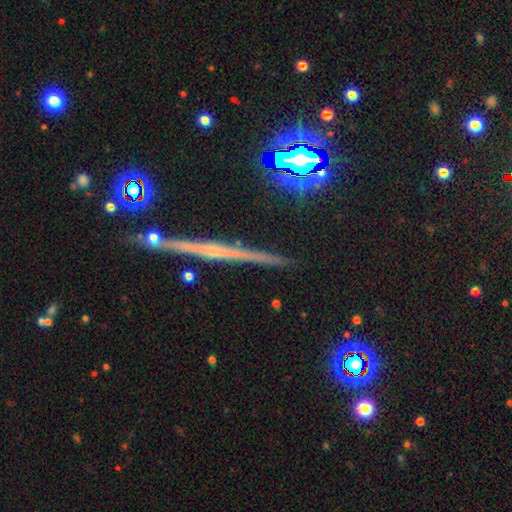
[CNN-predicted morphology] This is likely a featured or disk galaxy (67%). It is clearly viewed edge-on (98%). Edge-on bulge: possibly none (46%). Merging: clearly none (88%).